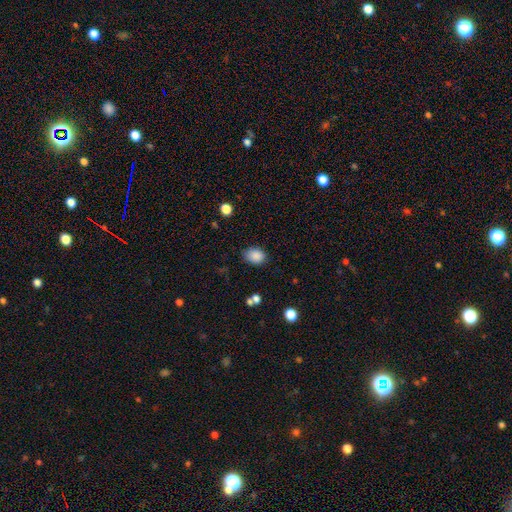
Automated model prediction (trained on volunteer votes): Smooth or featured: smooth — 87% (star or artifact — 9%)
How rounded: in between — 63% (round — 36%)
Merging: none — 80% (minor disturbance — 15%)